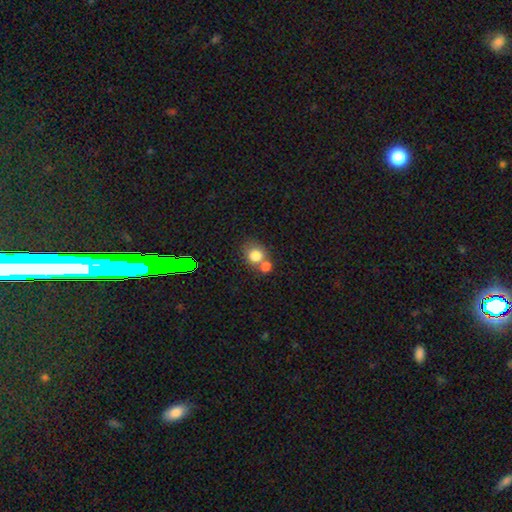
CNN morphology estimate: type=smooth (79%); roundness=round (78%); merging=none (46%).